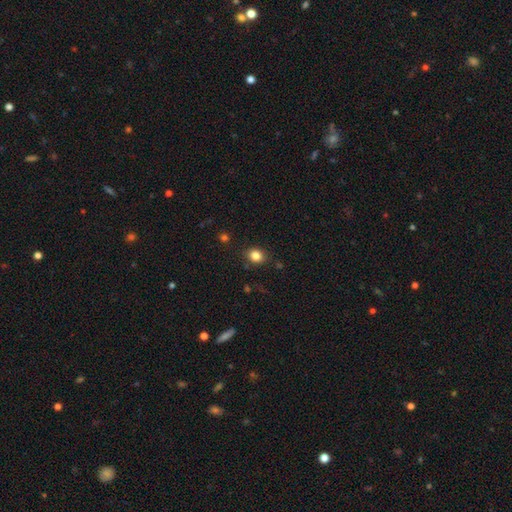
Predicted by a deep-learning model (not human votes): Q: Smooth or featured?
A: smooth (84%); runner-up: star or artifact (11%)
Q: How rounded?
A: round (51%); runner-up: in between (48%)
Q: Merging?
A: none (85%); runner-up: minor disturbance (10%)